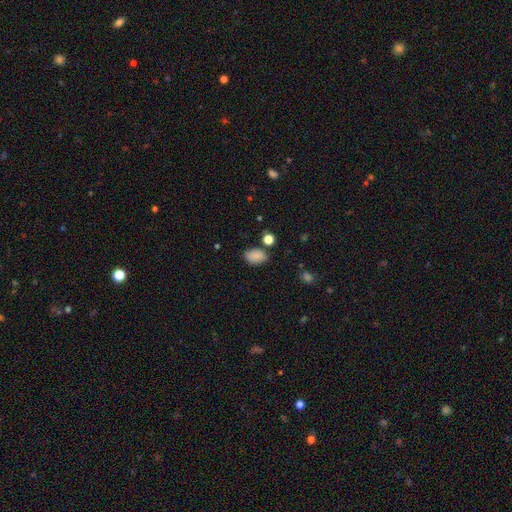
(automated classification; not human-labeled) Smooth or featured? Predicted: smooth (p=0.86). How rounded? Predicted: in between (p=0.87). Merging? Predicted: none (p=0.75).